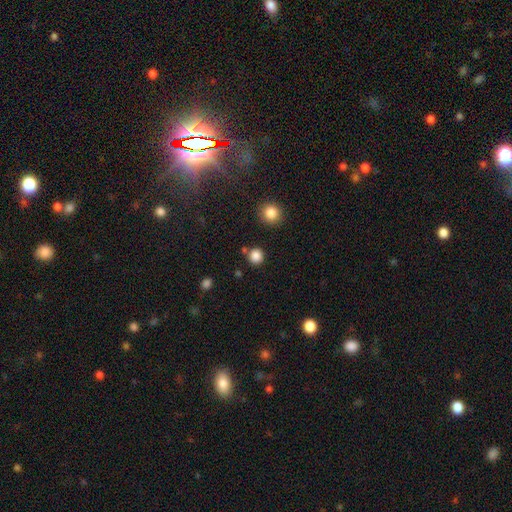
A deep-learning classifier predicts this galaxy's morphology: Smooth or featured? smooth (85%)
How rounded? round (92%)
Merging? none (83%)